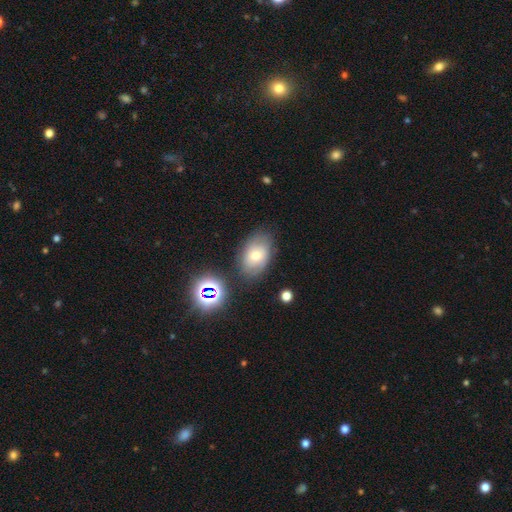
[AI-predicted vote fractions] A smooth galaxy with no disk features (59%) that is in between round and cigar-shaped (82%). Merging: none (74%).